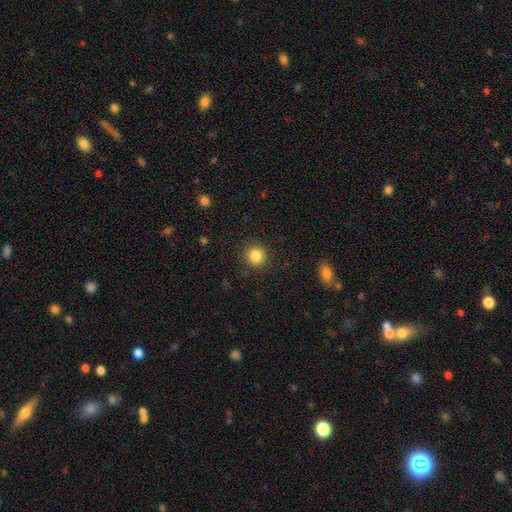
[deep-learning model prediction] The model was most divided on "smooth or featured": smooth: 85%, star or artifact: 10%, featured or disk: 4%. More confident: how rounded — round (93%); merging — none (90%).